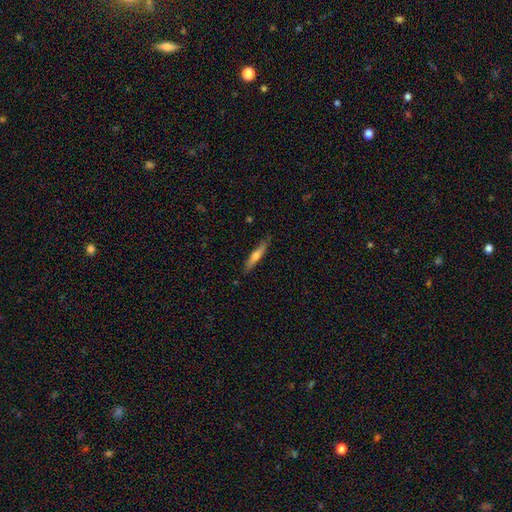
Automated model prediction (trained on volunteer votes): Morphology: type=smooth (54%); roundness=cigar-shaped (87%); merging=none (85%).